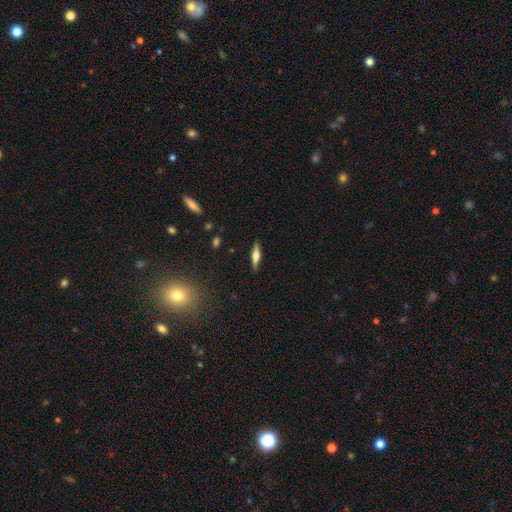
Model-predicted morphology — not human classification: smooth-or-featured: featured or disk: 52% | smooth: 41% | star or artifact: 7%
  disk-edge-on: yes: 95% | no: 5%
  merging: none: 89% | minor disturbance: 8% | major disturbance: 2% | merger: 1%